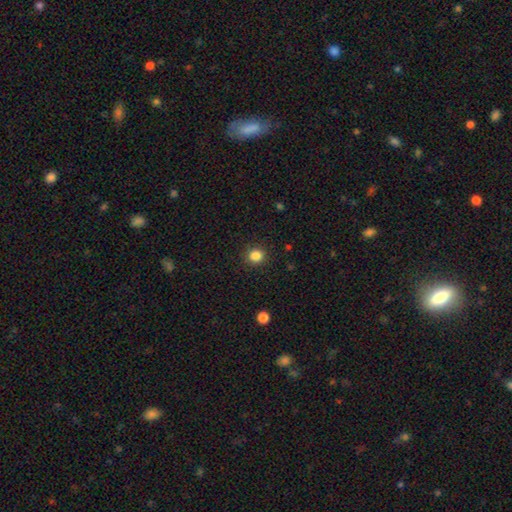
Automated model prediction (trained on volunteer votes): Overall: smooth (85%). How rounded: round (88%). Merging: none (91%).